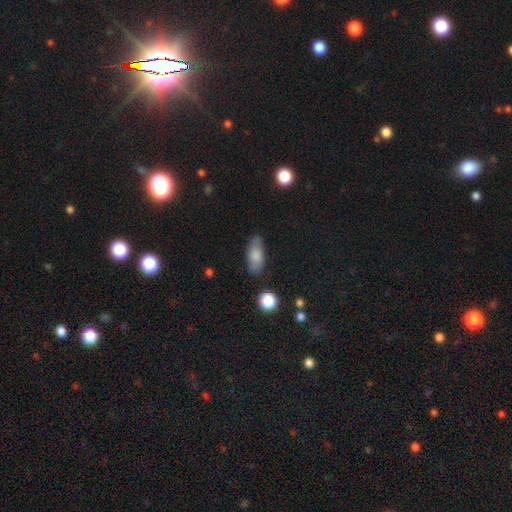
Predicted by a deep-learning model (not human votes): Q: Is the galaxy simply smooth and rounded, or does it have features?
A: smooth — 79%.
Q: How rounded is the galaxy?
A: in between — 80%.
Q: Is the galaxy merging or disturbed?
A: none — 74%.